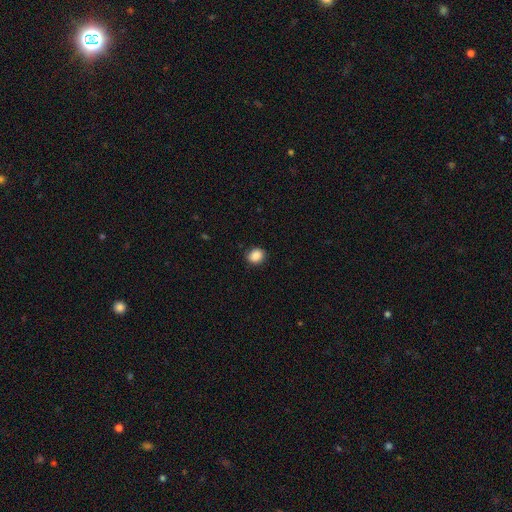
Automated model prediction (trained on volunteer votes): This appears to be a smooth galaxy with no disk features (88%) that is round (68%). Merging: none (87%).